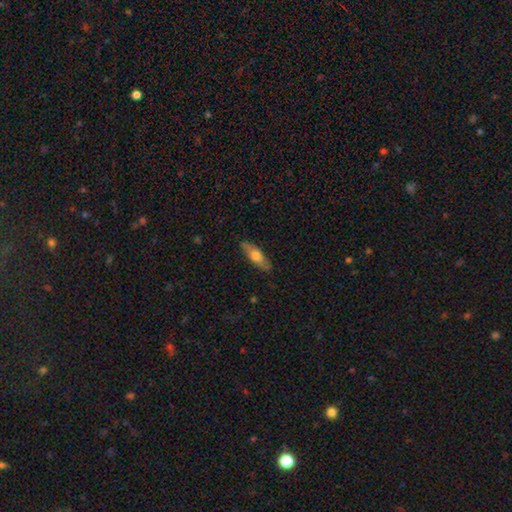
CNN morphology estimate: Smooth or featured? Predicted: smooth (p=0.60). How rounded? Predicted: in between (p=0.52). Merging? Predicted: none (p=0.86).